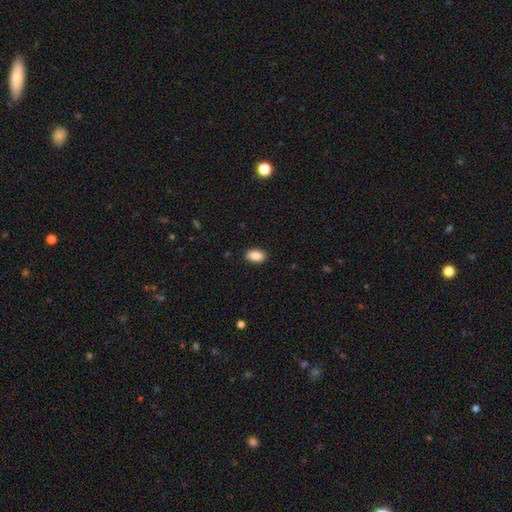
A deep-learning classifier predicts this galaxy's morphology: A smooth galaxy with no disk features (88%) that is in between round and cigar-shaped (92%). Merging: none (90%).